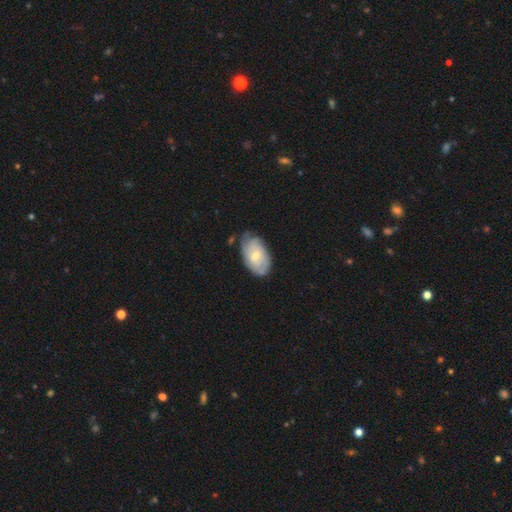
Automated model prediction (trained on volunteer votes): Overall: featured or disk (62%; smooth 32%). Edge-on disk: no (95%). Bar: no (54%; weak 40%). Spiral arms: yes (84%). Bulge size: moderate (51%; small 45%). Merging: none (66%; minor disturbance 26%).